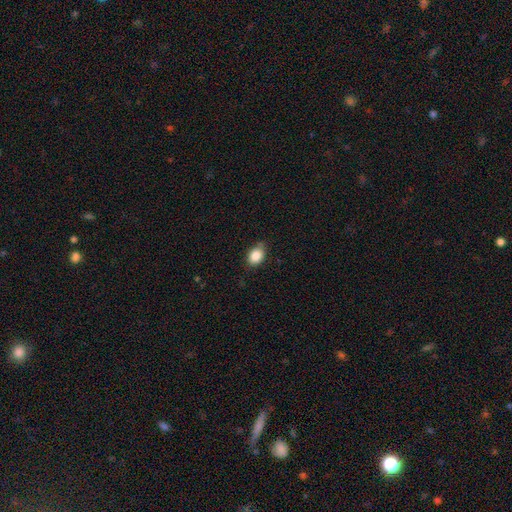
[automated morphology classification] smooth 86%, star or artifact 8%, featured or disk 5%. Down the decision tree: how rounded — in between (71%); merging — none (72%).